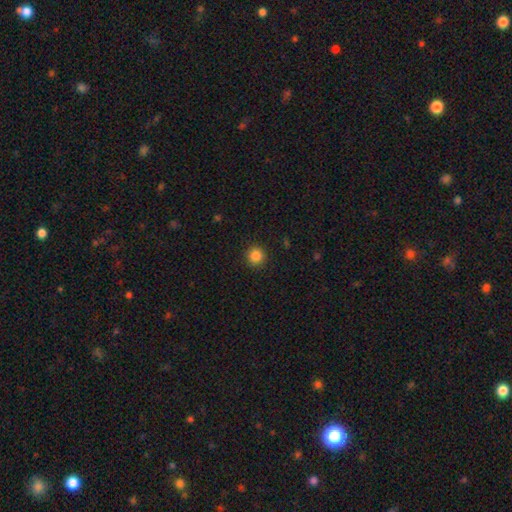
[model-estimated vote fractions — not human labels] smooth-or-featured: smooth: 86% | star or artifact: 11% | featured or disk: 3%
  how-rounded: round: 94% | in between: 5% | cigar-shaped: 1%
  merging: none: 91% | minor disturbance: 6% | major disturbance: 2% | merger: 1%